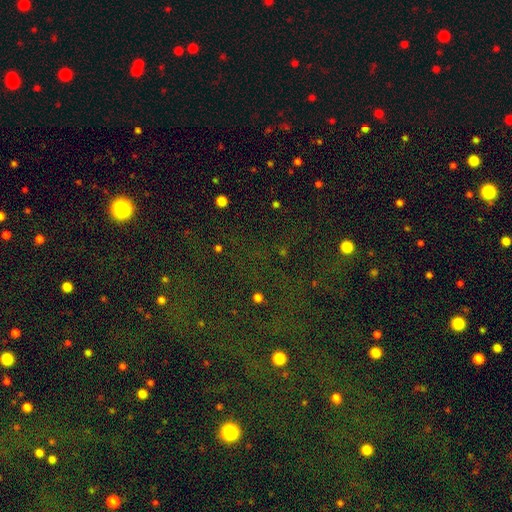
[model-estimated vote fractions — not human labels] A star or artifact, not a galaxy (75%).